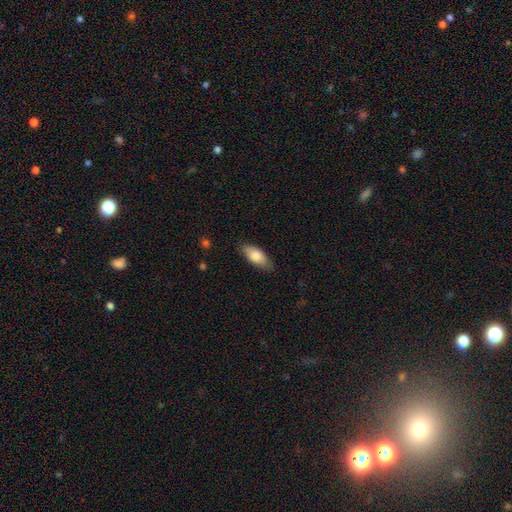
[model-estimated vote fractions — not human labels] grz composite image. It shows a smooth galaxy with no disk features (79%) that is in between round and cigar-shaped (83%). Merging: none (83%).